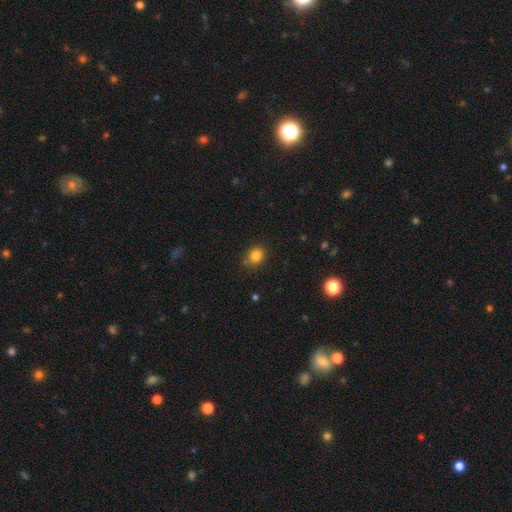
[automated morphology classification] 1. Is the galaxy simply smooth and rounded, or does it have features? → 83% smooth, 12% star or artifact, 5% featured or disk.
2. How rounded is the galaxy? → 67% round, 32% in between, 1% cigar-shaped.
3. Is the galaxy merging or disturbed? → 73% none, 17% minor disturbance, 7% merger, 4% major disturbance.